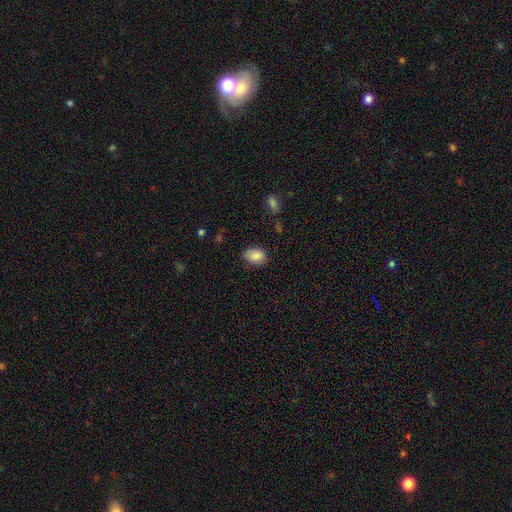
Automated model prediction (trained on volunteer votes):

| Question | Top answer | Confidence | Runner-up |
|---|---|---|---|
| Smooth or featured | smooth | 87% | star or artifact (8%) |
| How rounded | in between | 79% | round (20%) |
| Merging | none | 77% | minor disturbance (18%) |